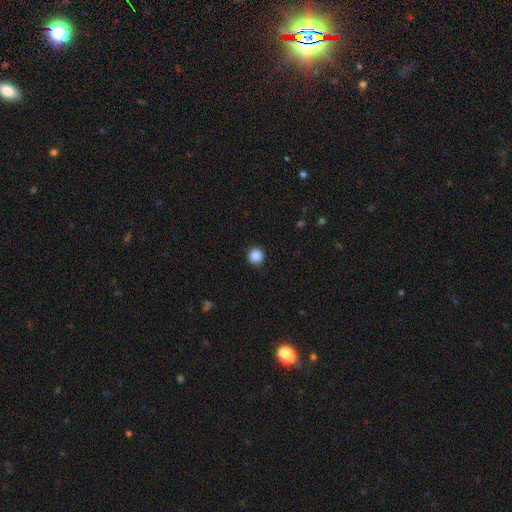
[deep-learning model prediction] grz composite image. It shows a smooth galaxy with no disk features (88%) that is round (95%). Merging: none (91%).